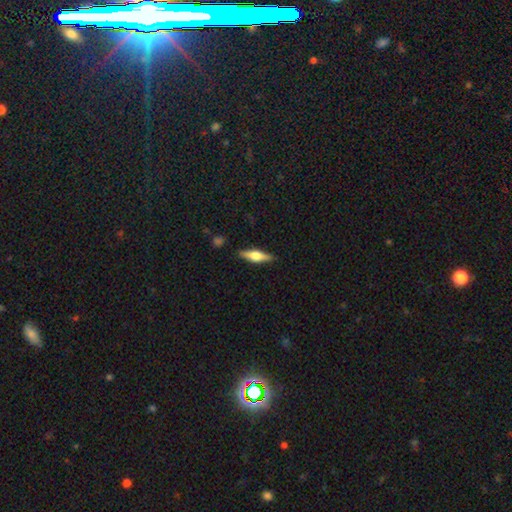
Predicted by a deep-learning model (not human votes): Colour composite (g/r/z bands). It shows a featured or disk galaxy (60%) viewed edge-on (96%) with a rounded central bulge (92%). Merging: none (88%).